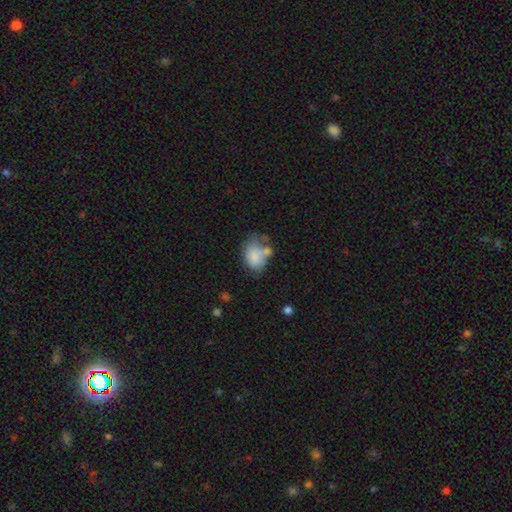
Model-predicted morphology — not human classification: smooth 73%, featured or disk 19%, star or artifact 8%. Down the decision tree: how rounded — in between (72%); merging — none (30%).